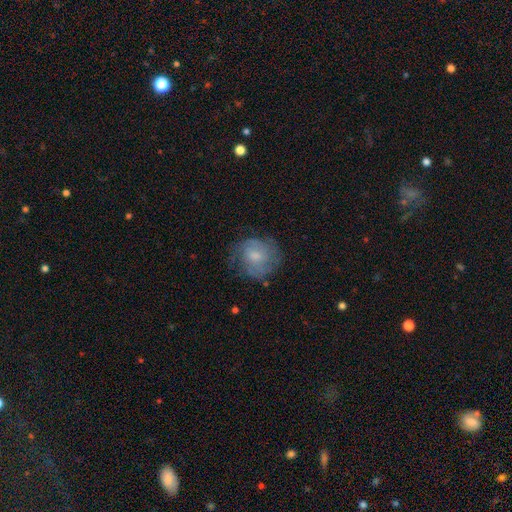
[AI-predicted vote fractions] smooth_or_featured: featured or disk (p=0.56) [alt: smooth p=0.36]
disk_edge_on: no (p=0.98) [alt: yes p=0.02]
bar: no (p=0.64) [alt: weak p=0.32]
has_spiral_arms: yes (p=0.80) [alt: no p=0.20]
bulge_size: moderate (p=0.45) [alt: small p=0.39]
merging: none (p=0.65) [alt: minor disturbance p=0.22]